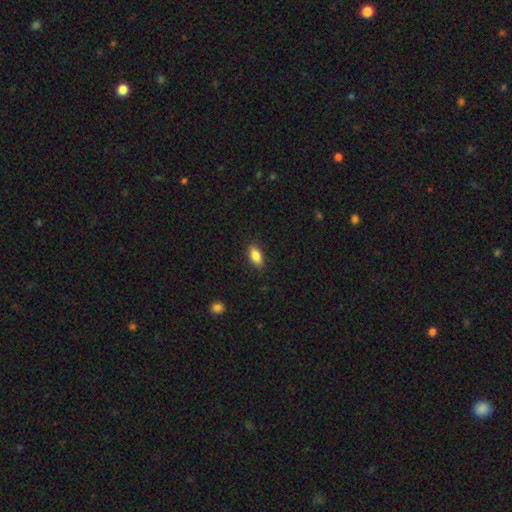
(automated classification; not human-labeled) Smooth or featured: smooth — 87% (star or artifact — 7%)
How rounded: in between — 89% (cigar-shaped — 8%)
Merging: none — 88% (minor disturbance — 9%)